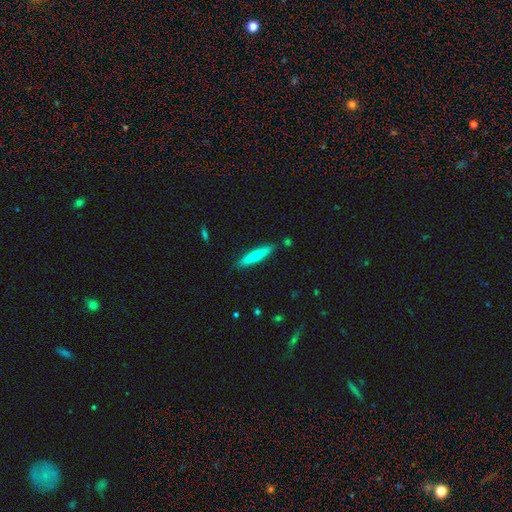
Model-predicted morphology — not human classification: A smooth galaxy with no disk features (64%) that is cigar-shaped (90%). Merging: none (87%).